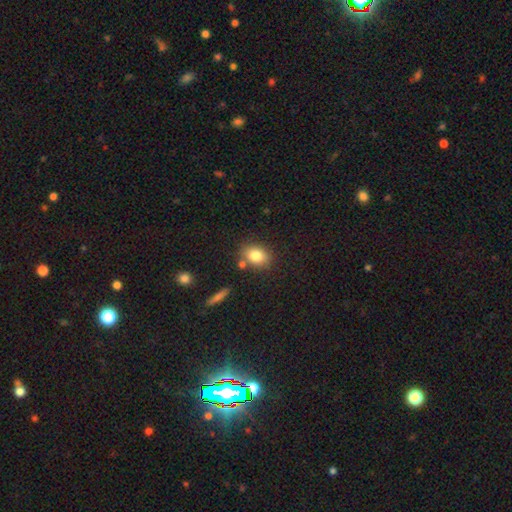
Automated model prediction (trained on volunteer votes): Smooth or featured?
  - smooth: 81% *
  - featured or disk: 10%
  - star or artifact: 9%
How rounded?
  - in between: 66% *
  - round: 32%
  - cigar-shaped: 2%
Merging?
  - none: 75% *
  - minor disturbance: 12%
  - merger: 10%
  - major disturbance: 3%